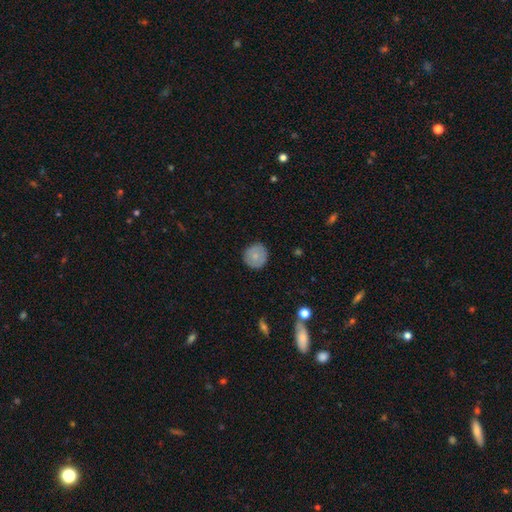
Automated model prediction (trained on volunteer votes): smooth_or_featured: smooth (p=0.76) [alt: featured or disk p=0.16]
how_rounded: round (p=0.93) [alt: in between p=0.06]
merging: none (p=0.87) [alt: minor disturbance p=0.10]